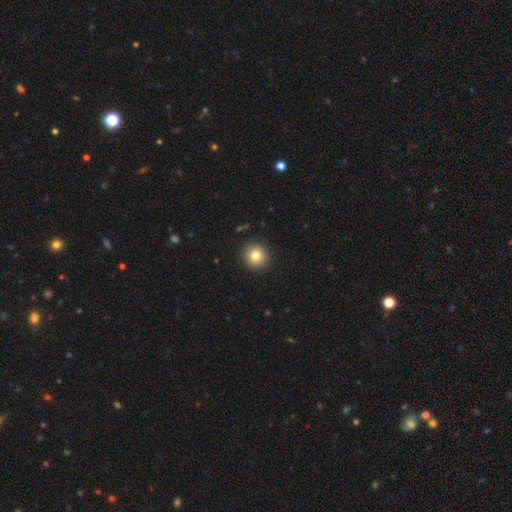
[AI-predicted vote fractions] smooth-or-featured: smooth: 81% | star or artifact: 11% | featured or disk: 8%
  how-rounded: round: 94% | in between: 5% | cigar-shaped: 1%
  merging: none: 92% | minor disturbance: 5% | major disturbance: 2% | merger: 1%